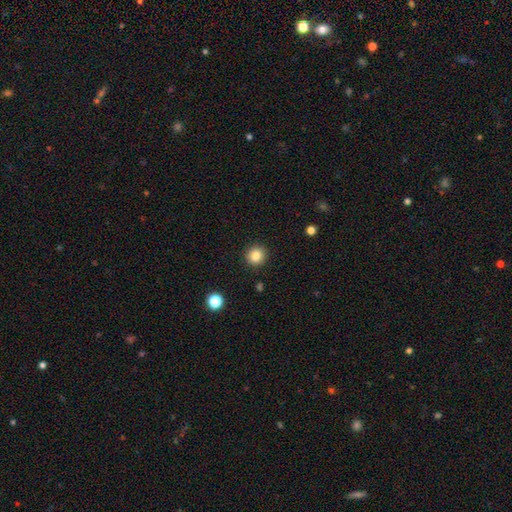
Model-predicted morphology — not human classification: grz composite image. It shows a smooth galaxy with no disk features (84%) that is round (92%). Merging: none (91%).